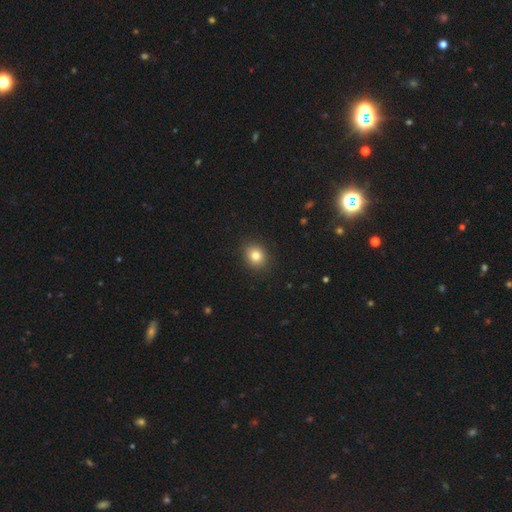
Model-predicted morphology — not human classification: Smooth or featured? smooth (81%)
How rounded? round (73%)
Merging? none (90%)